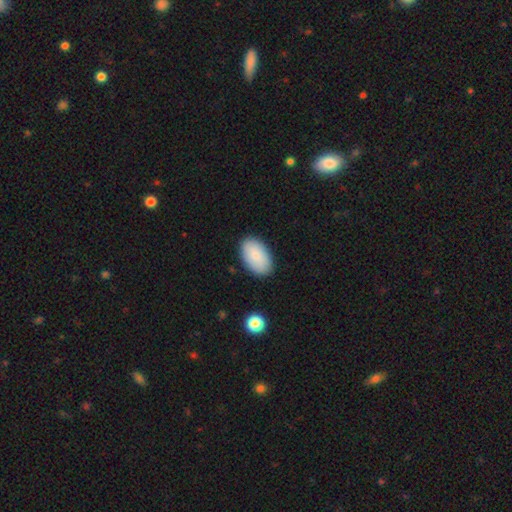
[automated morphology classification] smooth-or-featured: smooth: 83% | featured or disk: 11% | star or artifact: 6%
  how-rounded: in between: 94% | round: 4% | cigar-shaped: 1%
  merging: none: 87% | minor disturbance: 10% | major disturbance: 2% | merger: 1%